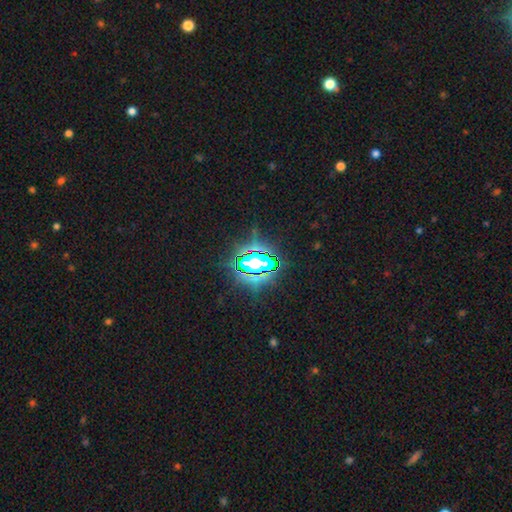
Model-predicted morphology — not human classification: Smooth or featured? star or artifact (78%)